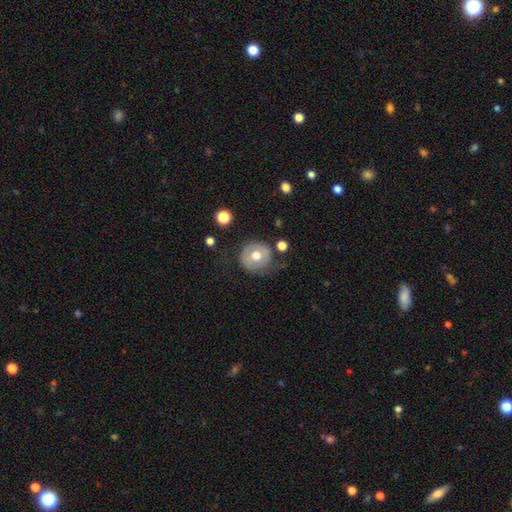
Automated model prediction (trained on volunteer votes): Smooth or featured? Predicted: smooth (p=0.58). How rounded? Predicted: round (p=0.89). Merging? Predicted: none (p=0.65).